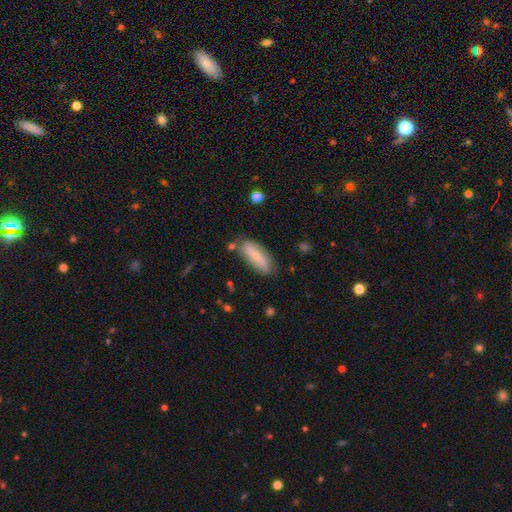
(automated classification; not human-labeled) A smooth galaxy with no disk features (61%) that is in between round and cigar-shaped (62%).

Vote fractions:
- Smooth or featured? smooth: 61% / featured or disk: 33% / star or artifact: 7%
- How rounded? in between: 62% / cigar-shaped: 36% / round: 2%
- Merging? none: 76% / minor disturbance: 17% / major disturbance: 4% / merger: 4%